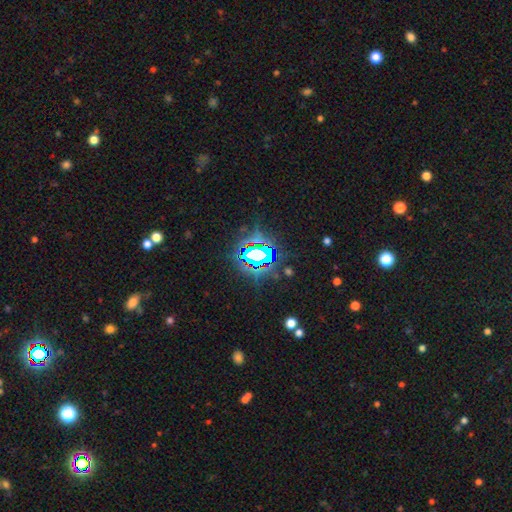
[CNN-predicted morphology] Overall: star or artifact (72%).